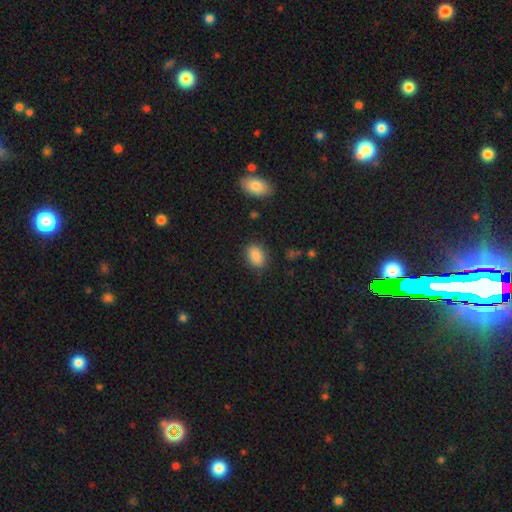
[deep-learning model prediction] Smooth or featured? Predicted: smooth (p=0.87). How rounded? Predicted: in between (p=0.81). Merging? Predicted: none (p=0.83).